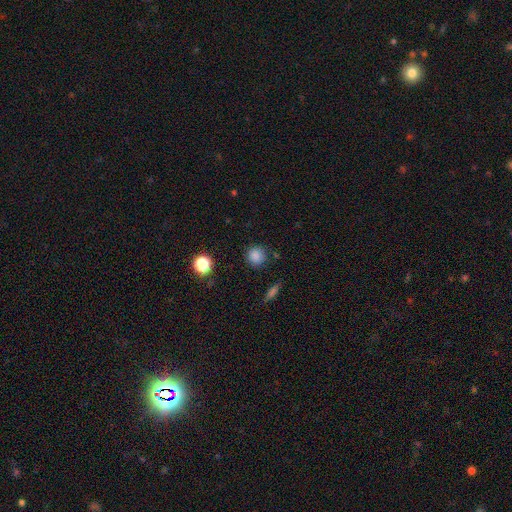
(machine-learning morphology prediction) This is clearly a smooth galaxy (83%). How rounded: clearly round (92%). Merging: clearly none (86%).